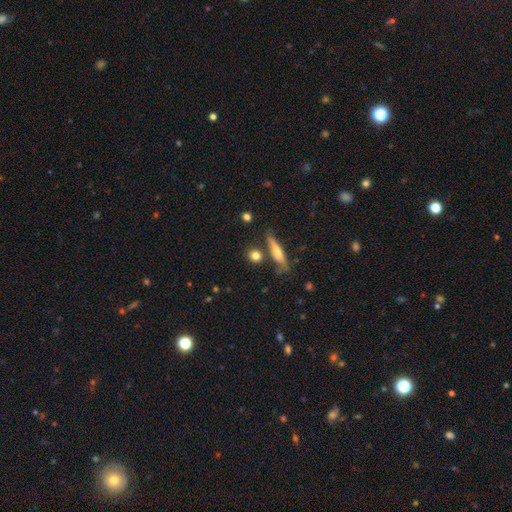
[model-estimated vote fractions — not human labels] smooth-or-featured: smooth: 78% | featured or disk: 13% | star or artifact: 9%
  how-rounded: round: 67% | in between: 17% | cigar-shaped: 15%
  merging: none: 75% | minor disturbance: 11% | merger: 10% | major disturbance: 4%